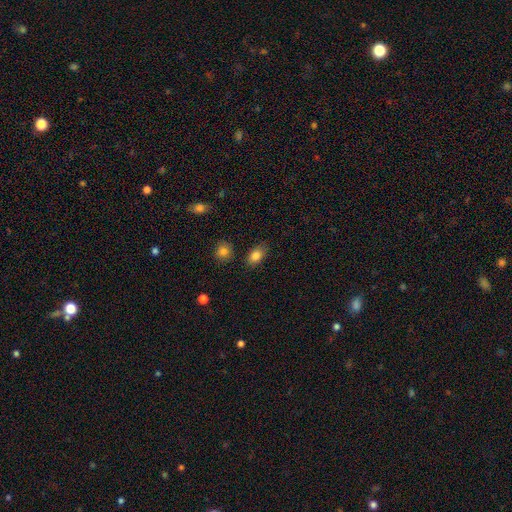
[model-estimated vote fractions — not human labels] This appears to be a smooth galaxy with no disk features (84%) that is in between round and cigar-shaped (84%). Merging: none (81%).